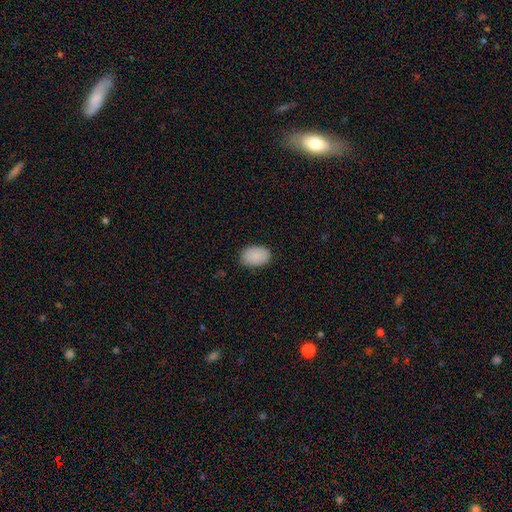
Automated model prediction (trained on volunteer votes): smooth_or_featured: smooth (p=0.89) [alt: star or artifact p=0.07]
how_rounded: in between (p=0.88) [alt: round p=0.11]
merging: none (p=0.84) [alt: minor disturbance p=0.12]